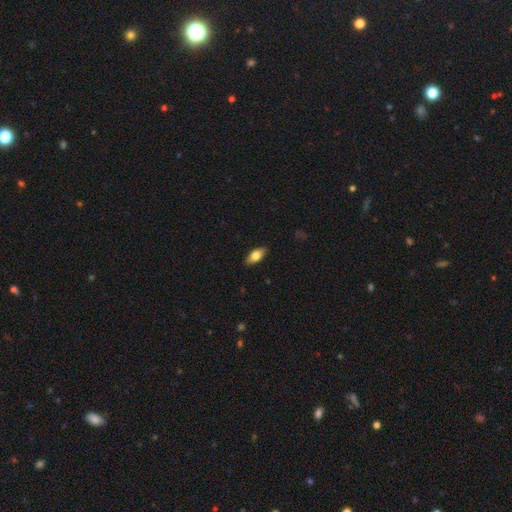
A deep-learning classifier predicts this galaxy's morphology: Q: Smooth or featured?
A: smooth (71%); runner-up: featured or disk (22%)
Q: How rounded?
A: in between (85%); runner-up: cigar-shaped (11%)
Q: Merging?
A: none (87%); runner-up: minor disturbance (10%)